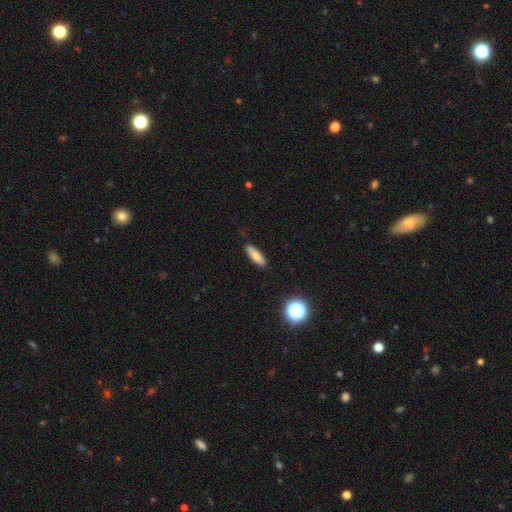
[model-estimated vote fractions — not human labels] A smooth galaxy with no disk features (77%) that is cigar-shaped (57%).

Vote fractions:
- Smooth or featured? smooth: 77% / featured or disk: 15% / star or artifact: 9%
- How rounded? cigar-shaped: 57% / in between: 40% / round: 3%
- Merging? none: 86% / minor disturbance: 10% / major disturbance: 2% / merger: 1%